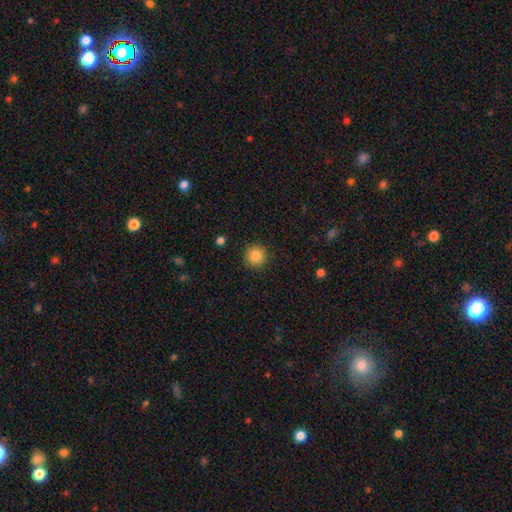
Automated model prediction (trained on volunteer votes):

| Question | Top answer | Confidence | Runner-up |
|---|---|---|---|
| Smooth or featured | smooth | 85% | star or artifact (10%) |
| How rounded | round | 95% | in between (4%) |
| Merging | none | 91% | minor disturbance (6%) |